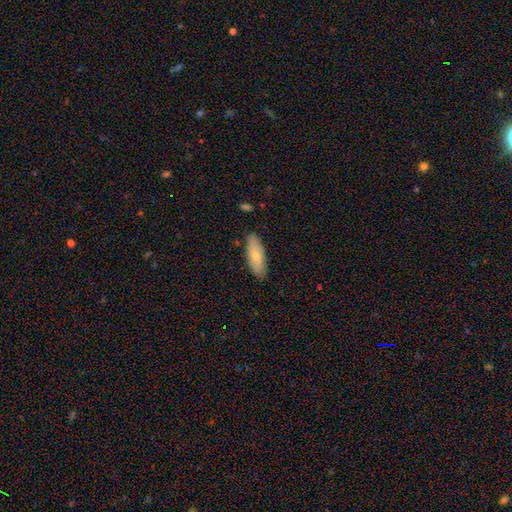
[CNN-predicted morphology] Smooth or featured: smooth — 74% (featured or disk — 20%)
How rounded: in between — 69% (cigar-shaped — 29%)
Merging: none — 86% (minor disturbance — 11%)